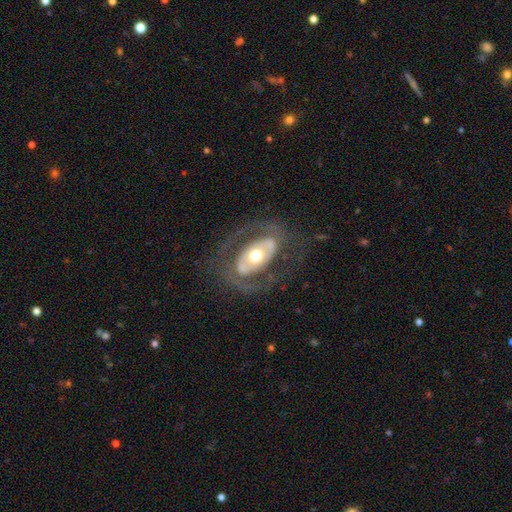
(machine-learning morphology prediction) Smooth or featured? featured or disk (76%)
Edge-on disk? no (93%)
Bar? no (60%)
Spiral arms? yes (51%)
Bulge size? moderate (68%)
Merging? none (72%)